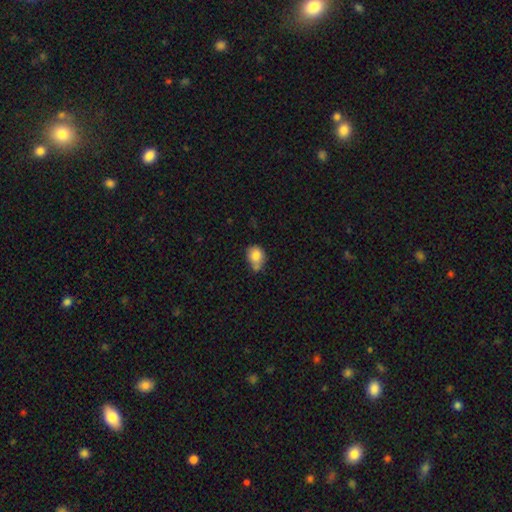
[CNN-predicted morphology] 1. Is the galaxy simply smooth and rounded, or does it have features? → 81% smooth, 9% featured or disk, 9% star or artifact.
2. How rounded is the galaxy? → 57% round, 42% in between, 1% cigar-shaped.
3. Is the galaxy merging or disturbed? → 47% none, 28% minor disturbance, 19% merger, 6% major disturbance.